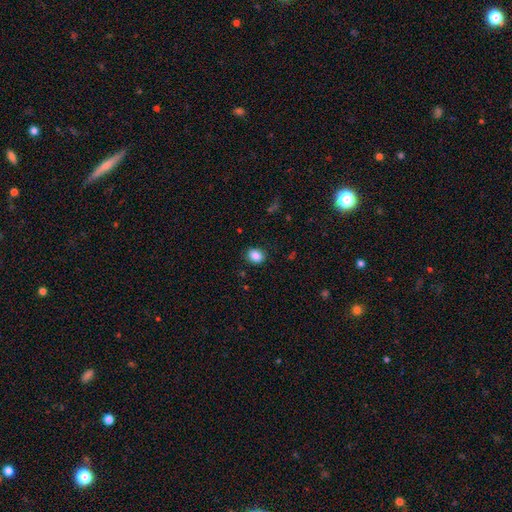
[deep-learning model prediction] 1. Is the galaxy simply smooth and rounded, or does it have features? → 87% smooth, 9% star or artifact, 4% featured or disk.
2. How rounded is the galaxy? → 52% round, 48% in between, 1% cigar-shaped.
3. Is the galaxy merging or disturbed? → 87% none, 10% minor disturbance, 3% major disturbance, 1% merger.